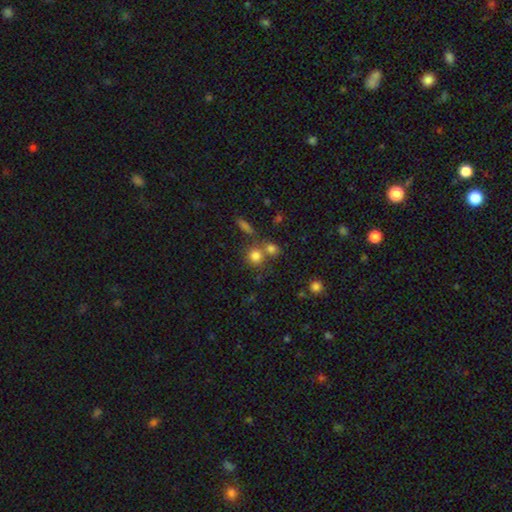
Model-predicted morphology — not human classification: smooth 78%, star or artifact 13%, featured or disk 9%. Down the decision tree: how rounded — round (83%); merging — none (54%).